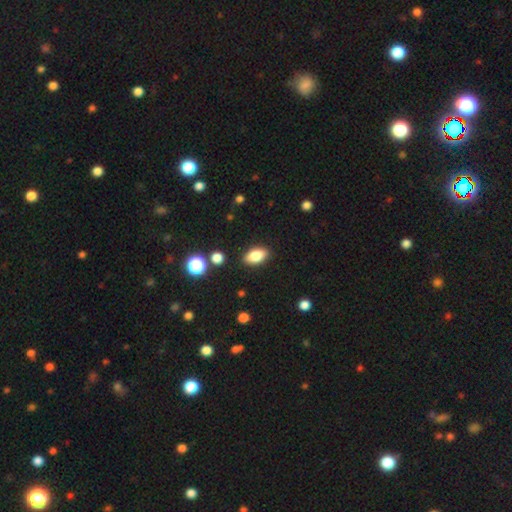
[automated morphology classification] type=smooth (81%); roundness=in between (89%); merging=none (87%).